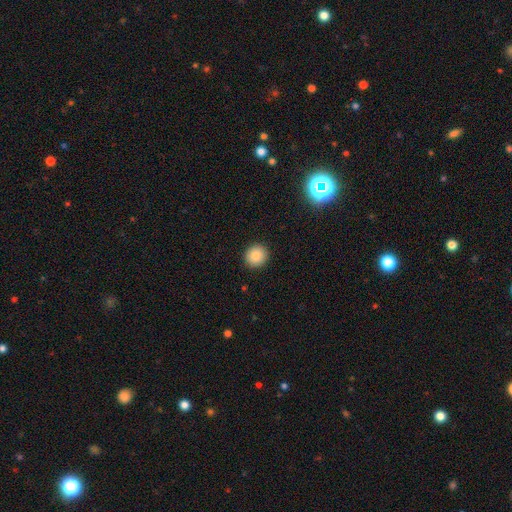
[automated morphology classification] Smooth or featured: smooth — 86% (star or artifact — 9%)
How rounded: round — 92% (in between — 8%)
Merging: none — 92% (minor disturbance — 5%)